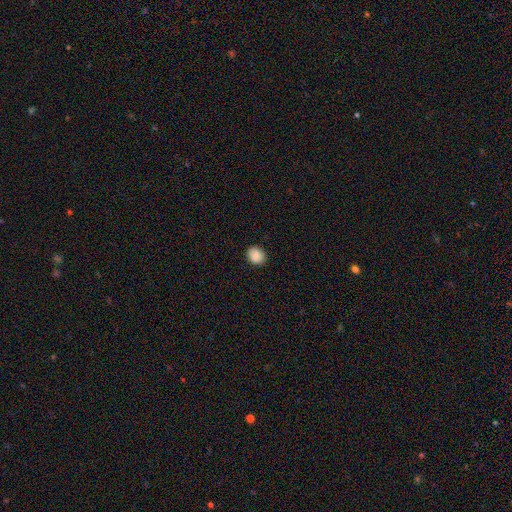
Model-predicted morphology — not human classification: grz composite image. It shows a smooth galaxy with no disk features (87%) that is round (67%). Merging: none (88%).